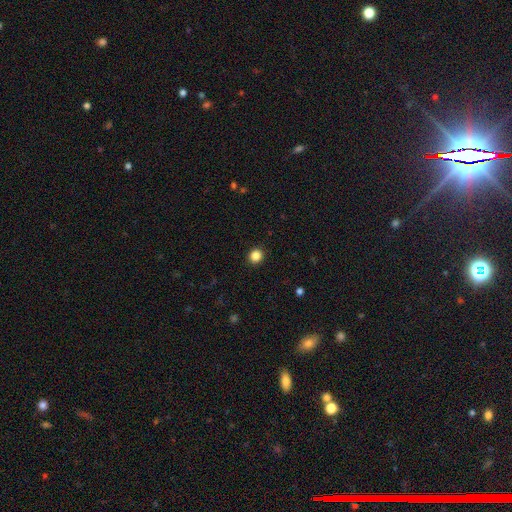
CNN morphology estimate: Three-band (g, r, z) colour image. It shows a smooth galaxy with no disk features (86%) that is round (89%). Merging: none (92%).